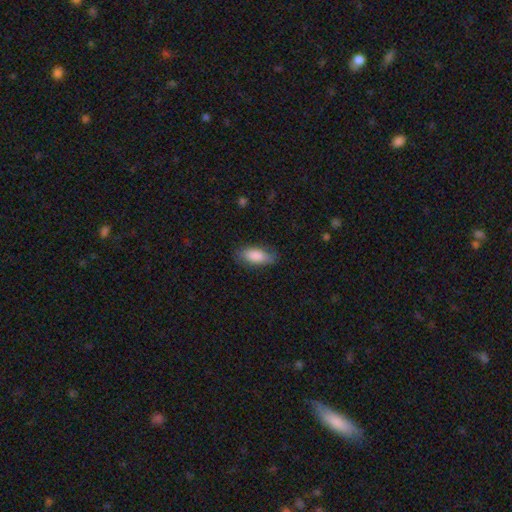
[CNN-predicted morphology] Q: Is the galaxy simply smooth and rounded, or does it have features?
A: smooth — 85%.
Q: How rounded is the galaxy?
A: in between — 85%.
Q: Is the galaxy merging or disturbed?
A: none — 78%.